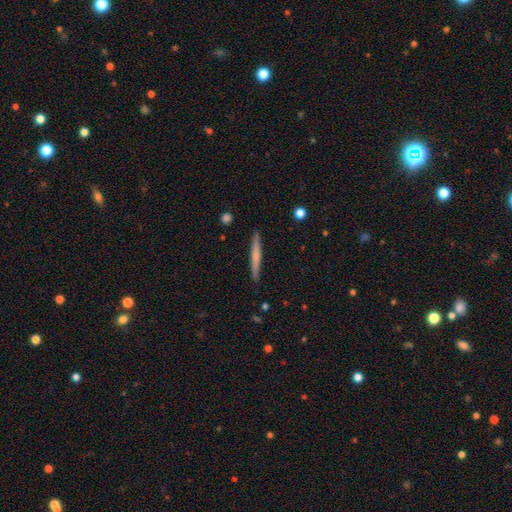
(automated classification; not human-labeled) smooth 58%, featured or disk 36%, star or artifact 6%. Down the decision tree: how rounded — cigar-shaped (96%); merging — none (90%).